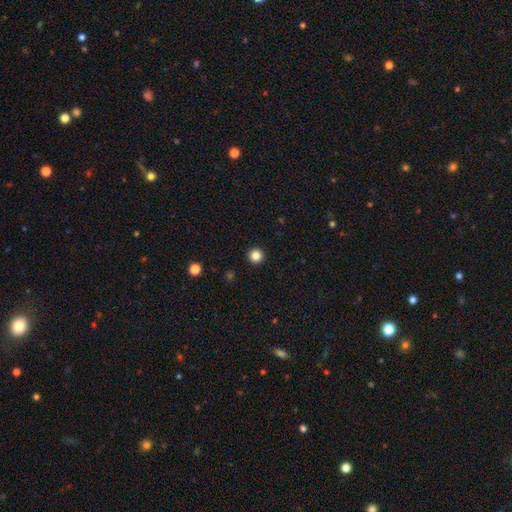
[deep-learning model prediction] Q: Smooth or featured?
A: smooth (84%); runner-up: star or artifact (12%)
Q: How rounded?
A: round (96%); runner-up: in between (3%)
Q: Merging?
A: none (94%); runner-up: minor disturbance (4%)